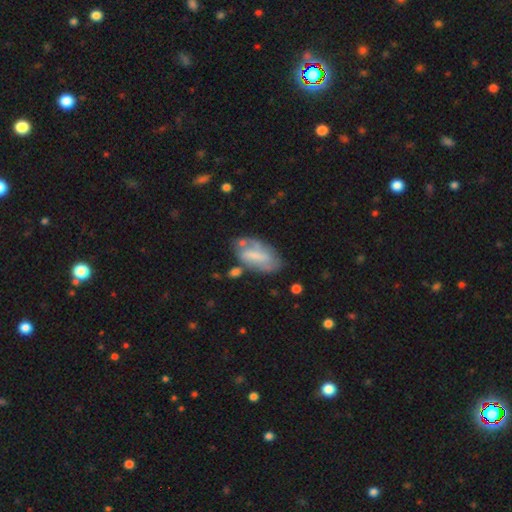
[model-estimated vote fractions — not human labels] Morphology: type=smooth (46%, tied with featured or disk); merging=none (49%).